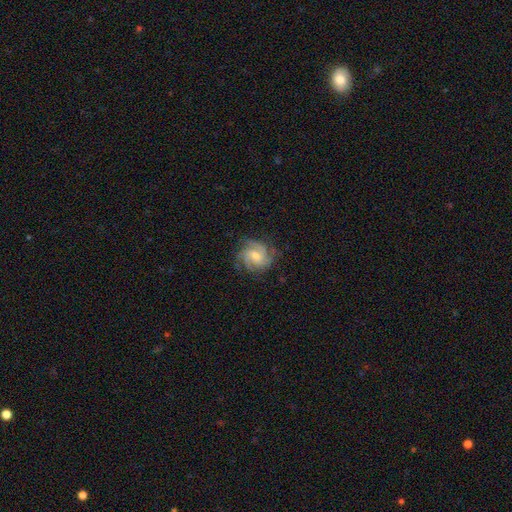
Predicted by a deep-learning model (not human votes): Overall: featured or disk (85%). Edge-on disk: no (98%). Bar: no (48%; weak 44%). Spiral arms: yes (98%). Spiral arm count: 3 (38%; 4 29%). Spiral winding: tight (55%; medium 38%). Bulge size: moderate (46%; small 45%). Merging: none (77%).